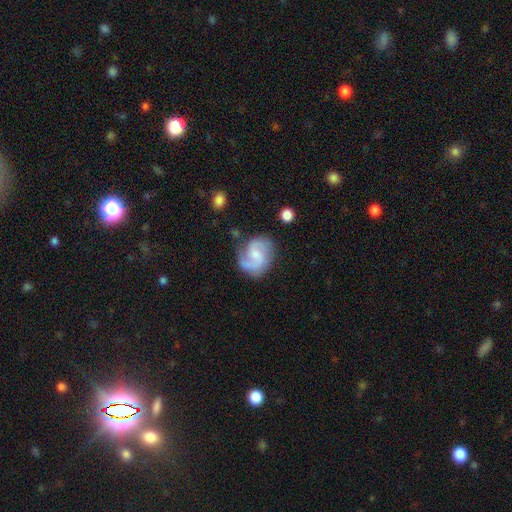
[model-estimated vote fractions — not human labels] Smooth or featured? featured or disk (84%)
Edge-on disk? no (98%)
Bar? weak (48%)
Spiral arms? yes (97%)
Spiral winding? medium (54%)
Spiral arm count? 2 (85%)
Bulge size? small (53%)
Merging? none (70%)